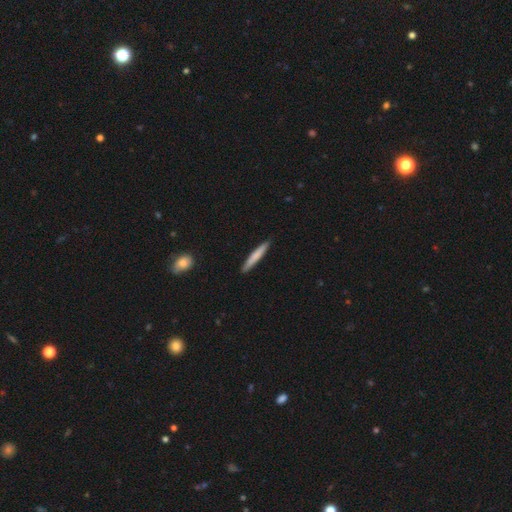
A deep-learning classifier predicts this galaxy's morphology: smooth 72%, featured or disk 23%, star or artifact 5%. Down the decision tree: how rounded — cigar-shaped (95%); merging — none (91%).